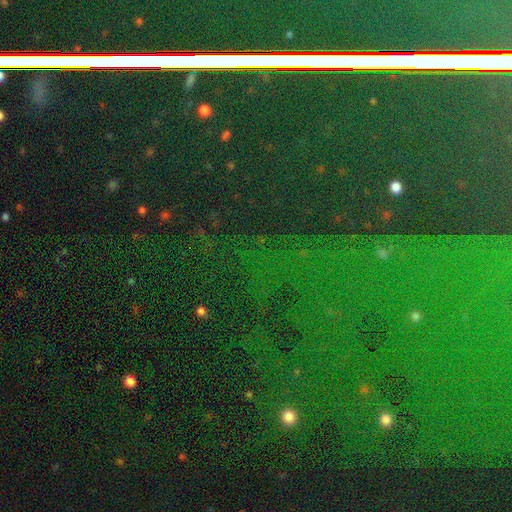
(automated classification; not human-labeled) smooth_or_featured: star or artifact (p=0.86) [alt: smooth p=0.07]